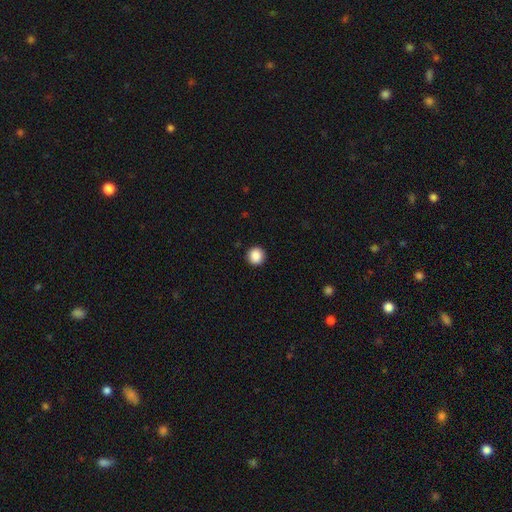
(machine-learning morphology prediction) Smooth or featured? smooth (88%)
How rounded? round (95%)
Merging? none (92%)